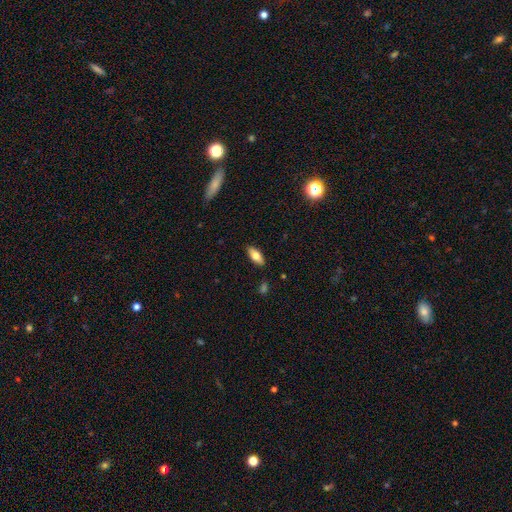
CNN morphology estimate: Overall: smooth (68%). How rounded: in between (79%). Merging: none (88%).